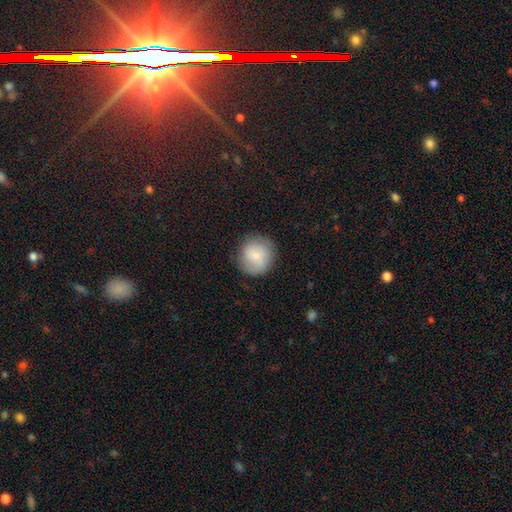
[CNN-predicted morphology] Smooth or featured: smooth — 70% (featured or disk — 23%)
How rounded: round — 91% (in between — 8%)
Merging: none — 81% (minor disturbance — 14%)